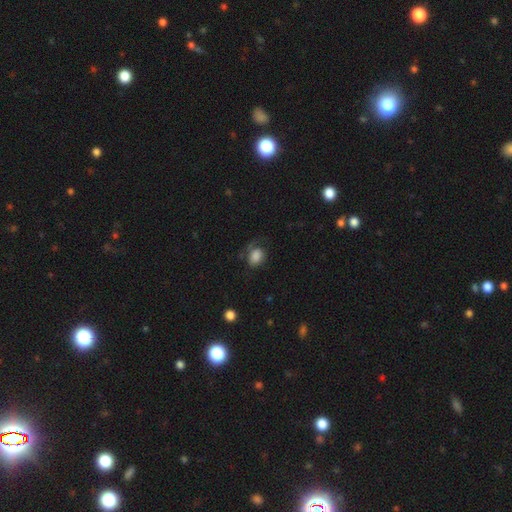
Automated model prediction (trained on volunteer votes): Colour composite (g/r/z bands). It shows a smooth galaxy with no disk features (74%) that is in between round and cigar-shaped (60%). Merging: none (47%).